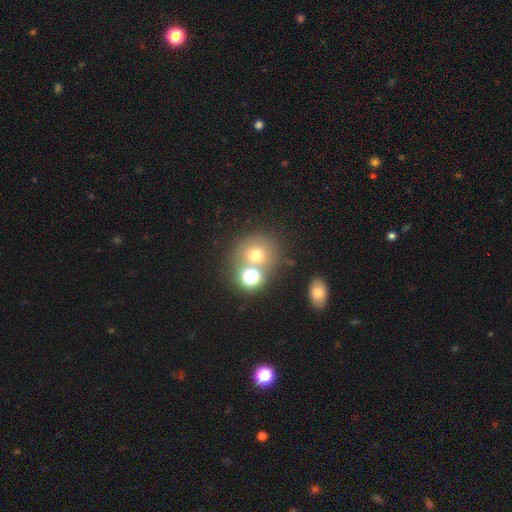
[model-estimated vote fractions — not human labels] A smooth galaxy with no disk features (65%) that is round (85%). Merging: none (56%).